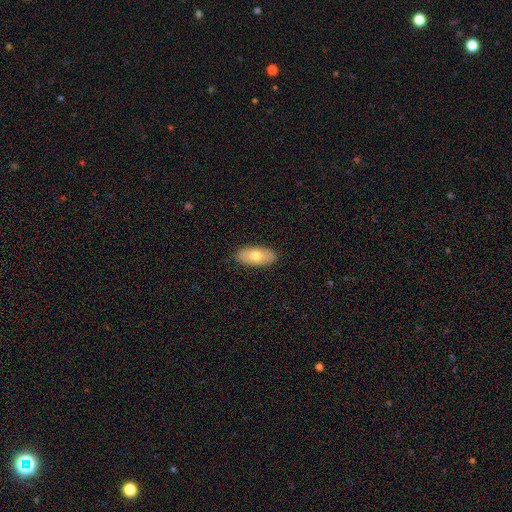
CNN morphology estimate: Smooth or featured? Predicted: smooth (p=0.69). How rounded? Predicted: in between (p=0.92). Merging? Predicted: none (p=0.88).